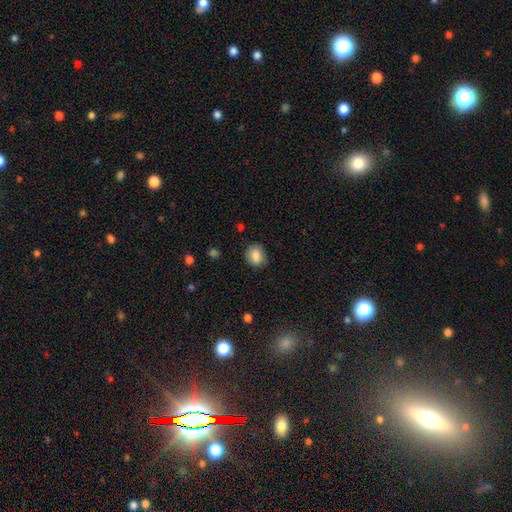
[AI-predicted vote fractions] Smooth or featured?
  - smooth: 85% *
  - star or artifact: 8%
  - featured or disk: 7%
How rounded?
  - round: 59% *
  - in between: 40%
  - cigar-shaped: 1%
Merging?
  - none: 79% *
  - minor disturbance: 16%
  - major disturbance: 4%
  - merger: 1%